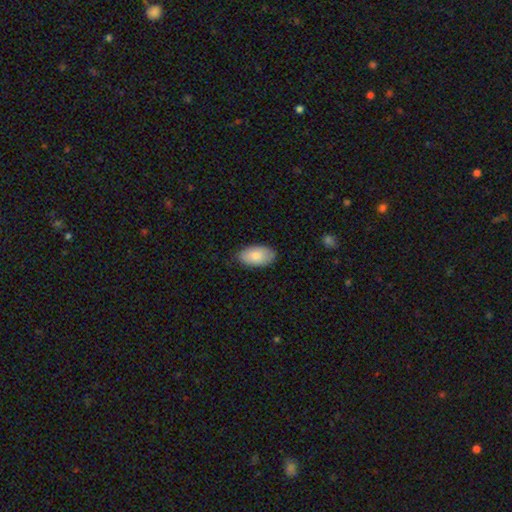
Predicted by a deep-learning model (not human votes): Q: Smooth or featured?
A: smooth (84%); runner-up: featured or disk (10%)
Q: How rounded?
A: in between (95%); runner-up: round (3%)
Q: Merging?
A: none (83%); runner-up: minor disturbance (14%)